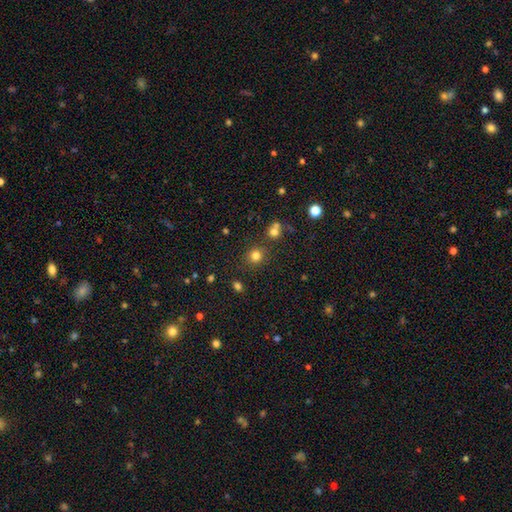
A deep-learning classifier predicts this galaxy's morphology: This is likely a smooth galaxy (77%). How rounded: clearly round (89%). Merging: clearly none (80%).